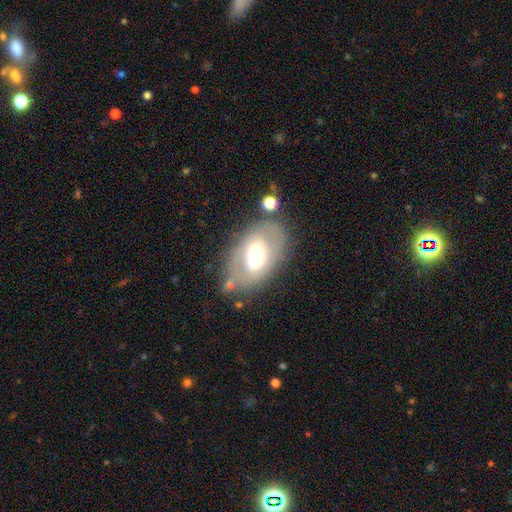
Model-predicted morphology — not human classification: featured or disk 46% (tied), smooth 46% (tied), star or artifact 8%. Down the decision tree: merging — none (69%).